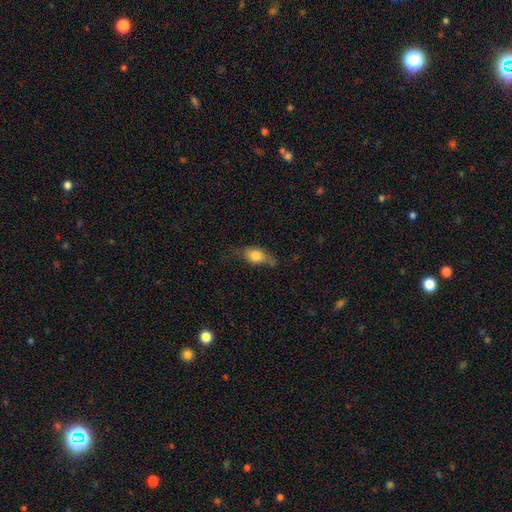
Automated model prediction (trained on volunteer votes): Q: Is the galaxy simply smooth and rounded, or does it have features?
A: smooth — 75%.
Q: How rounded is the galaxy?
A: in between — 78%.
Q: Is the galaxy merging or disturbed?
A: none — 46%.